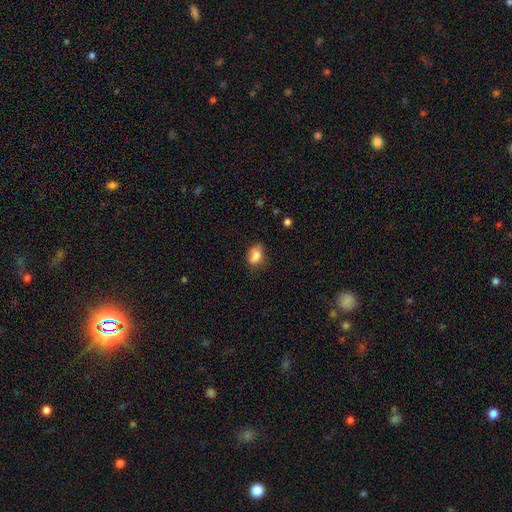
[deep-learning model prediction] Morphology: type=smooth (81%); roundness=in between (76%); merging=none (52%).